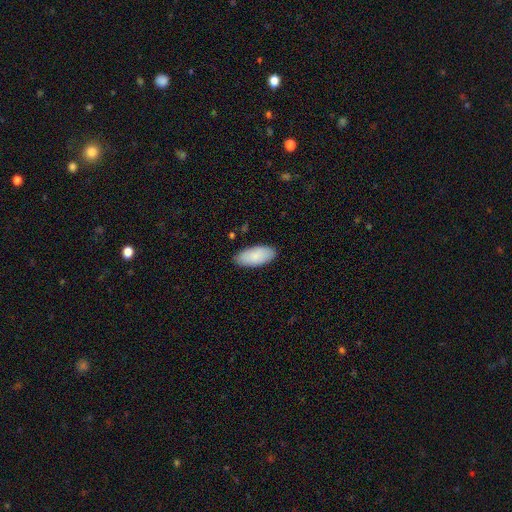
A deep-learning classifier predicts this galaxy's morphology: A smooth galaxy with no disk features (88%) that is in between round and cigar-shaped (93%).

Vote fractions:
- Smooth or featured? smooth: 88% / featured or disk: 7% / star or artifact: 5%
- How rounded? in between: 93% / cigar-shaped: 6% / round: 2%
- Merging? none: 87% / minor disturbance: 10% / major disturbance: 2% / merger: 1%